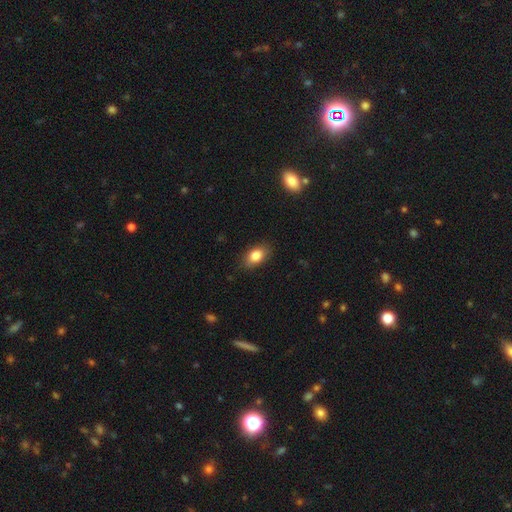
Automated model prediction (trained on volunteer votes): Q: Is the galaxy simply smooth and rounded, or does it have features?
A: smooth — 84%.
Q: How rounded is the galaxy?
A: in between — 86%.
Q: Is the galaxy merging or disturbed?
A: none — 84%.